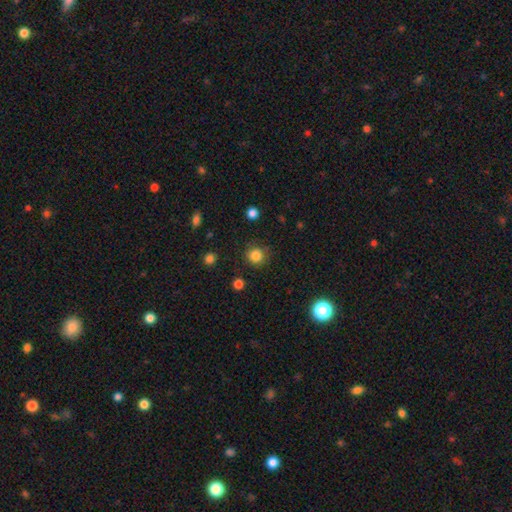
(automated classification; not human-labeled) A smooth galaxy with no disk features (84%) that is round (92%).

Vote fractions:
- Smooth or featured? smooth: 84% / star or artifact: 12% / featured or disk: 4%
- How rounded? round: 92% / in between: 7% / cigar-shaped: 1%
- Merging? none: 84% / minor disturbance: 10% / major disturbance: 3% / merger: 2%